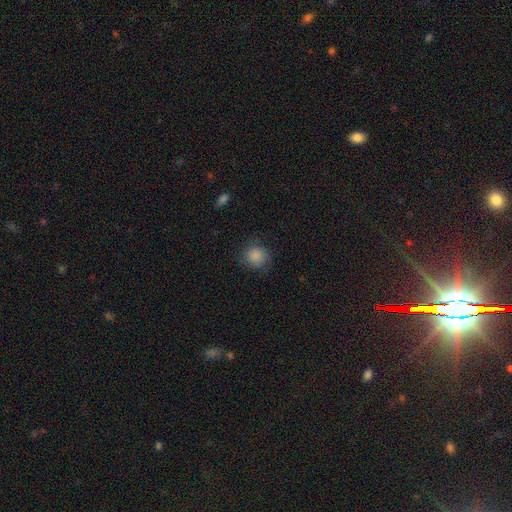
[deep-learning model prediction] A smooth galaxy with no disk features (86%) that is round (86%).

Vote fractions:
- Smooth or featured? smooth: 86% / star or artifact: 8% / featured or disk: 6%
- How rounded? round: 86% / in between: 13% / cigar-shaped: 1%
- Merging? none: 78% / minor disturbance: 16% / major disturbance: 5% / merger: 1%